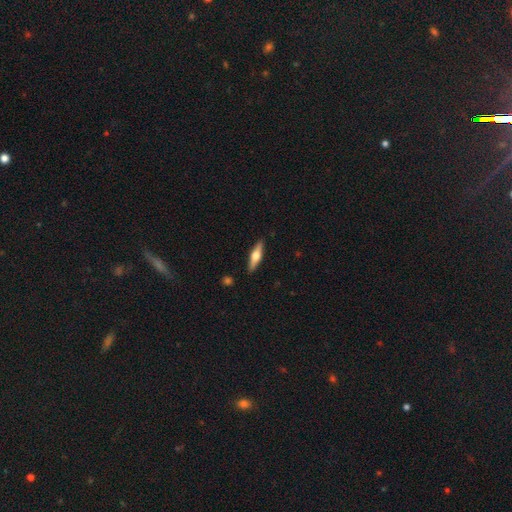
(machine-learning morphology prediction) Smooth or featured?
  - featured or disk: 54% *
  - smooth: 41%
  - star or artifact: 5%
Edge-on disk?
  - yes: 94% *
  - no: 6%
Edge-on bulge?
  - rounded: 94% *
  - boxy: 4%
  - none: 2%
Merging?
  - none: 90% *
  - minor disturbance: 8%
  - major disturbance: 2%
  - merger: 1%